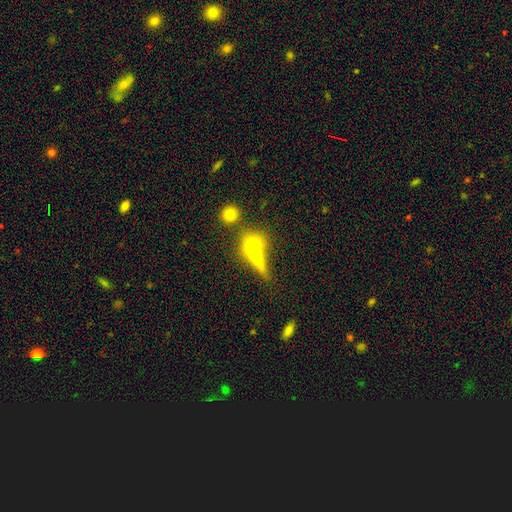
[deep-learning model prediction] Q: Smooth or featured?
A: smooth (62%); runner-up: featured or disk (27%)
Q: How rounded?
A: round (49%); runner-up: in between (33%)
Q: Merging?
A: merger (64%); runner-up: none (24%)